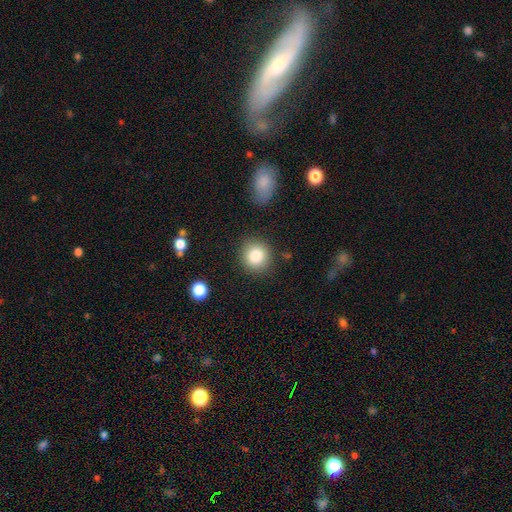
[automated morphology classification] Smooth or featured? Predicted: smooth (p=0.83). How rounded? Predicted: round (p=0.88). Merging? Predicted: none (p=0.87).